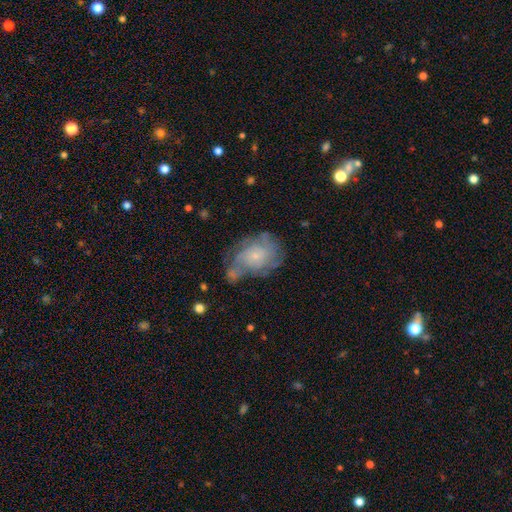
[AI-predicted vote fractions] This is likely a featured or disk galaxy (69%). It is clearly not viewed edge-on (97%). Bar: likely no (78%). Spiral arm pattern: clearly yes (84%). Spiral arm count: marginally can't tell (45%). Spiral winding: possibly tight (50%). Central bulge: likely small (73%). Merging: marginally none (44%).